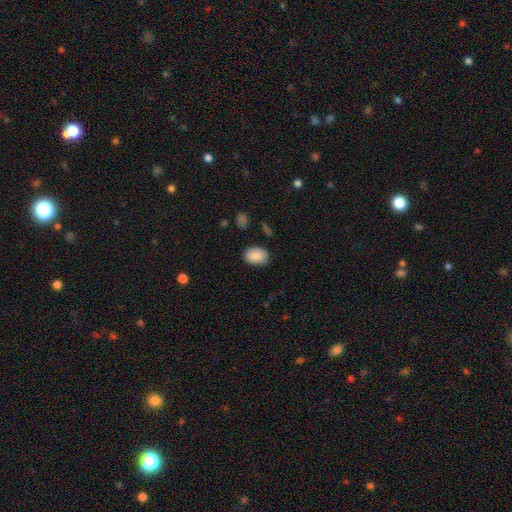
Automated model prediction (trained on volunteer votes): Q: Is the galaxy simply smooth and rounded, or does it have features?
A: smooth — 88%.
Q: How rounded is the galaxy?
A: in between — 77%.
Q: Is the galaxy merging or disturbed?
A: none — 84%.